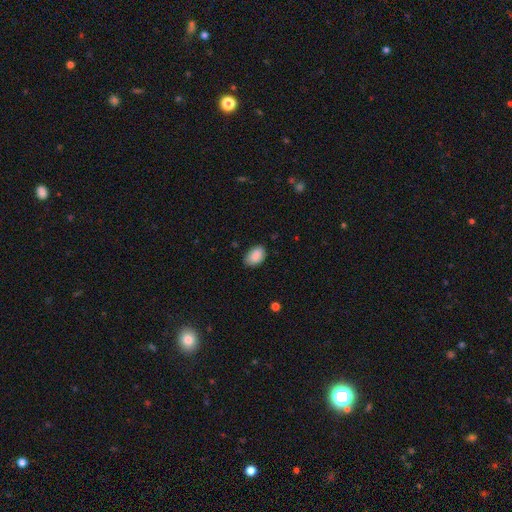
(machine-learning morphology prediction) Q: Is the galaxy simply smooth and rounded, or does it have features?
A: smooth — 89%.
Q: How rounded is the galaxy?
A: in between — 89%.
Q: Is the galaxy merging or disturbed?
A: none — 79%.